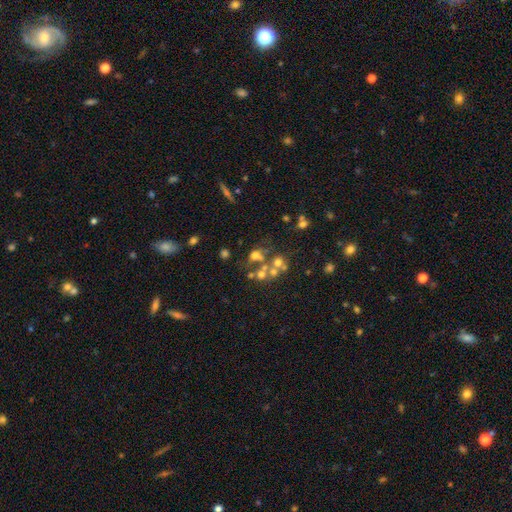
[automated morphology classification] This is possibly a smooth galaxy (46%). Merging: marginally none (39%, tied with merger).